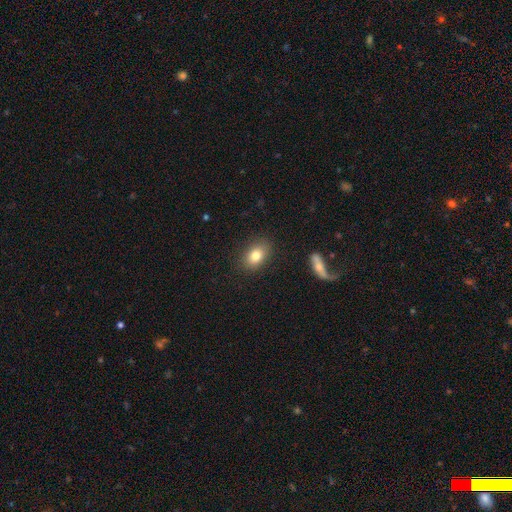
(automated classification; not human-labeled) Q: Smooth or featured?
A: smooth (81%); runner-up: featured or disk (11%)
Q: How rounded?
A: in between (79%); runner-up: round (19%)
Q: Merging?
A: none (85%); runner-up: minor disturbance (11%)